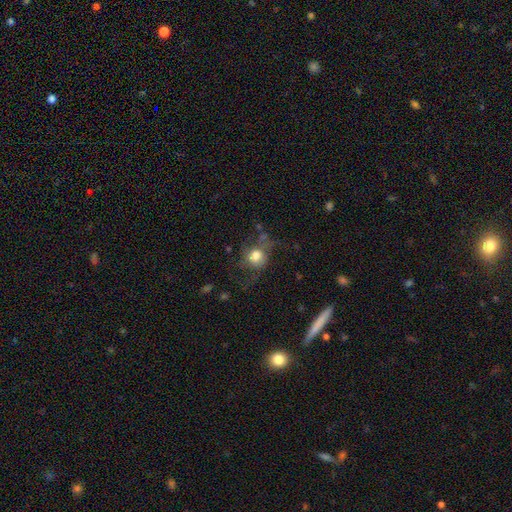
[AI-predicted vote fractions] This appears to be a smooth galaxy with no disk features (56%) that is round (71%). Merging: none (41%).